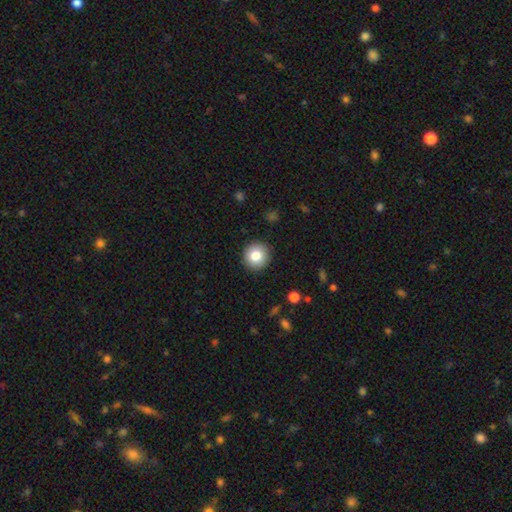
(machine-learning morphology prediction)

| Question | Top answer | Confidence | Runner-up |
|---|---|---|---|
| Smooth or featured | smooth | 82% | star or artifact (9%) |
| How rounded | round | 94% | in between (5%) |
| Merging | none | 91% | minor disturbance (6%) |